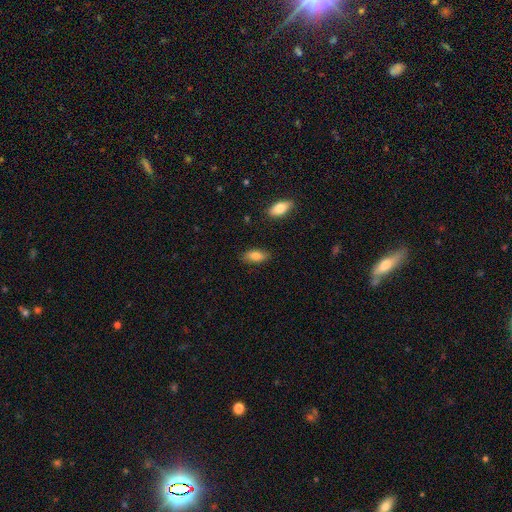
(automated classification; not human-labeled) Smooth or featured: smooth — 80% (featured or disk — 13%)
How rounded: in between — 86% (cigar-shaped — 12%)
Merging: none — 84% (minor disturbance — 12%)